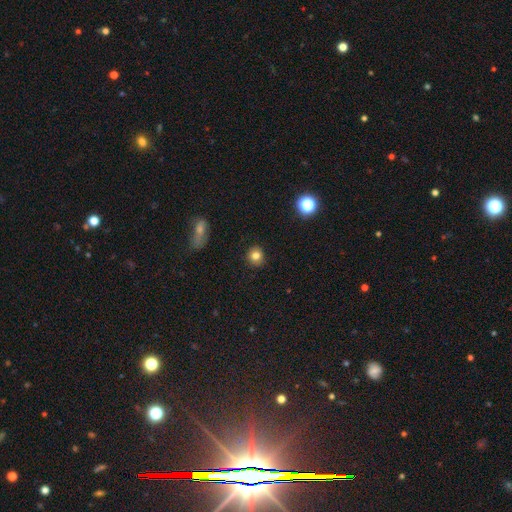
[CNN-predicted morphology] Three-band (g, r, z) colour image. It shows a smooth galaxy with no disk features (81%) that is round (87%). Merging: none (90%).